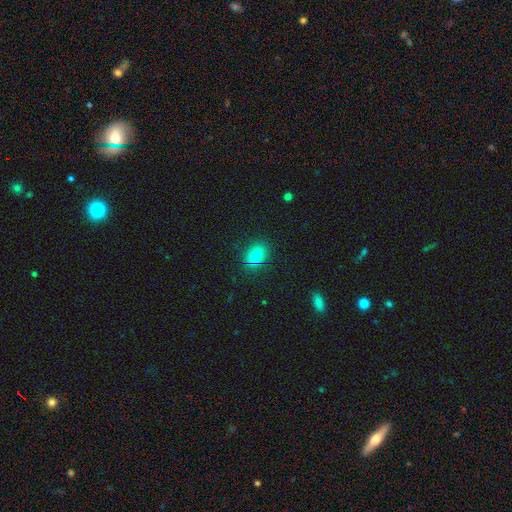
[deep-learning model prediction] A smooth galaxy with no disk features (78%) that is in between round and cigar-shaped (66%). Merging: none (85%).